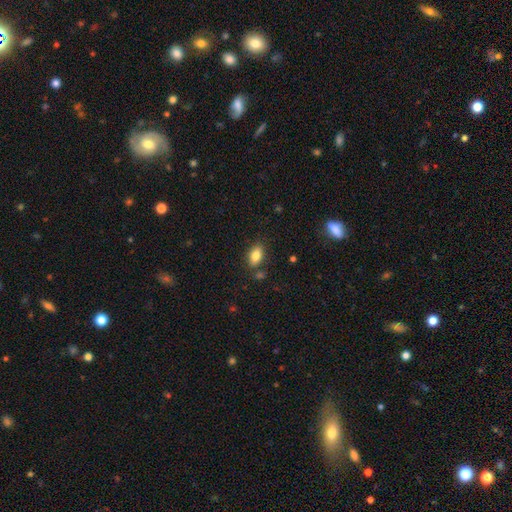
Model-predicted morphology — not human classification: type=smooth (81%); roundness=in between (89%); merging=none (80%).